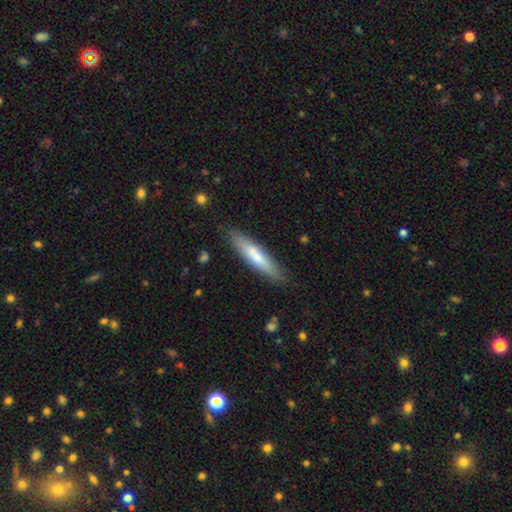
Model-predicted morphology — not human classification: smooth_or_featured: smooth (p=0.63) [alt: featured or disk p=0.31]
how_rounded: cigar-shaped (p=0.84) [alt: in between p=0.15]
merging: none (p=0.84) [alt: minor disturbance p=0.12]